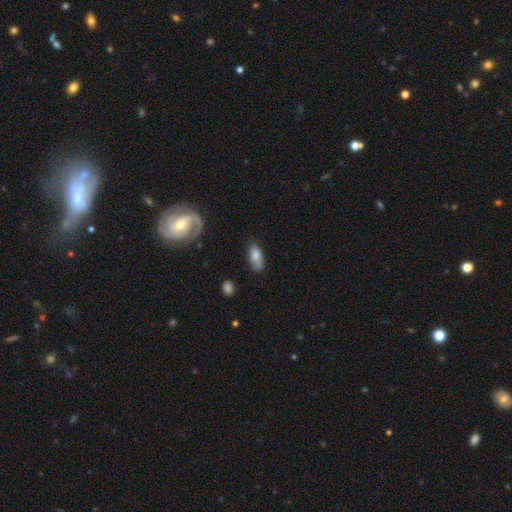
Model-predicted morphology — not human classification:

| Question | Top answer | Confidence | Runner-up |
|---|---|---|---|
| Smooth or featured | smooth | 76% | featured or disk (17%) |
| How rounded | in between | 88% | cigar-shaped (9%) |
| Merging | none | 57% | minor disturbance (29%) |